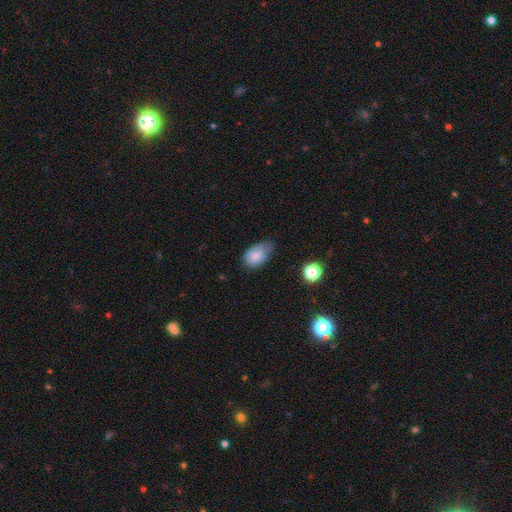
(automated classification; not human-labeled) Smooth or featured? smooth (79%)
How rounded? in between (85%)
Merging? minor disturbance (44%)